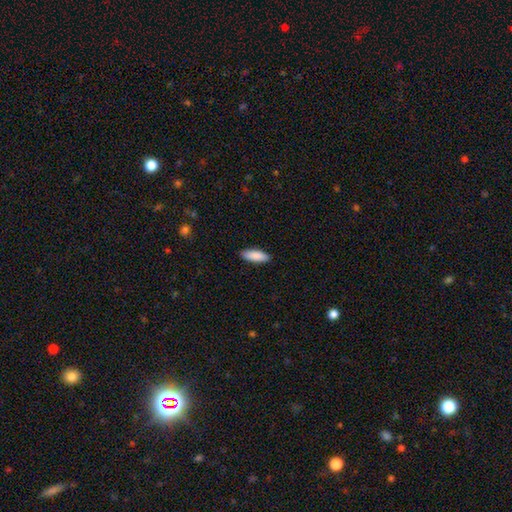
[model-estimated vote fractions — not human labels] smooth_or_featured: smooth (p=0.89) [alt: featured or disk p=0.06]
how_rounded: in between (p=0.62) [alt: cigar-shaped p=0.37]
merging: none (p=0.89) [alt: minor disturbance p=0.08]